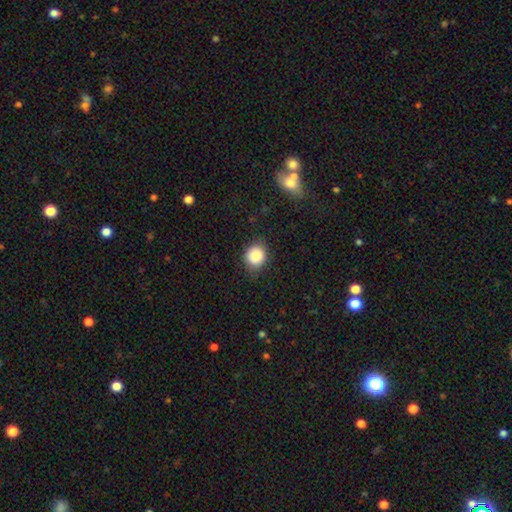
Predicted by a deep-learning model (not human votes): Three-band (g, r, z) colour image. It shows a smooth galaxy with no disk features (86%) that is round (78%). Merging: none (81%).